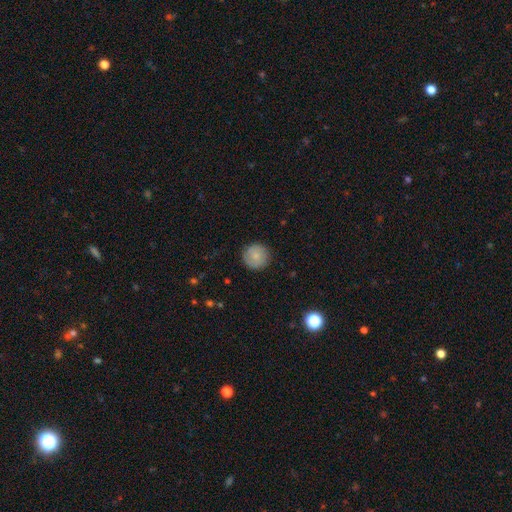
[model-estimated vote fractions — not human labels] Smooth or featured? Predicted: smooth (p=0.79). How rounded? Predicted: round (p=0.95). Merging? Predicted: none (p=0.88).